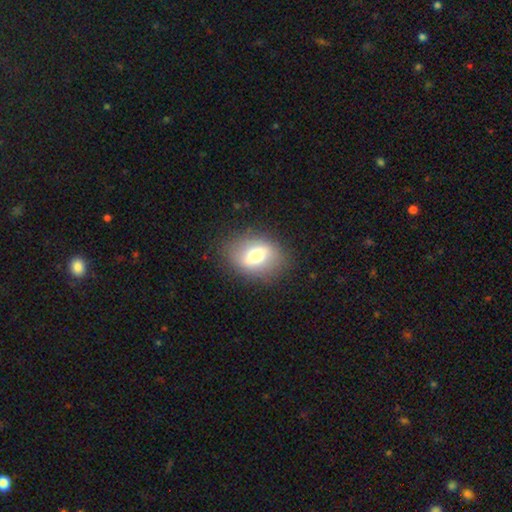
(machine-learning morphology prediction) Smooth or featured? Predicted: smooth (p=0.61). How rounded? Predicted: in between (p=0.70). Merging? Predicted: none (p=0.81).